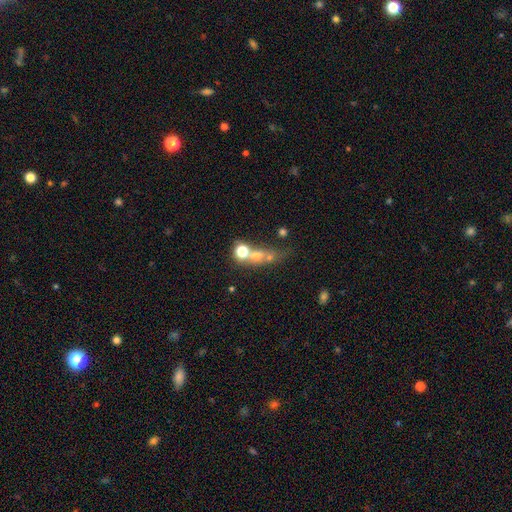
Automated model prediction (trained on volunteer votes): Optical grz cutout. It shows a smooth galaxy with no disk features (51%) that is round (63%). Merging: merger (48%).